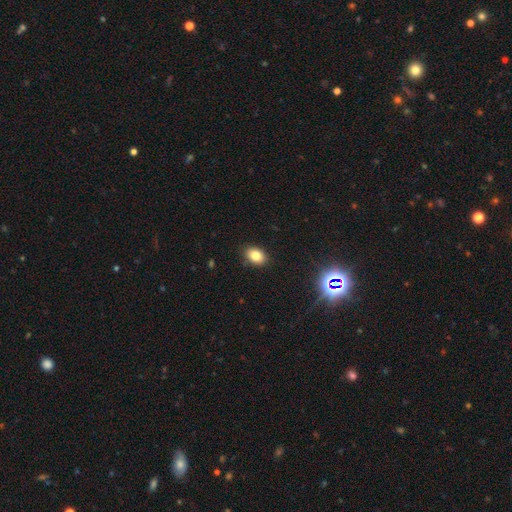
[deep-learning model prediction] Smooth or featured?
  - smooth: 82% *
  - star or artifact: 11%
  - featured or disk: 7%
How rounded?
  - in between: 78% *
  - round: 21%
  - cigar-shaped: 1%
Merging?
  - none: 87% *
  - minor disturbance: 10%
  - major disturbance: 2%
  - merger: 1%